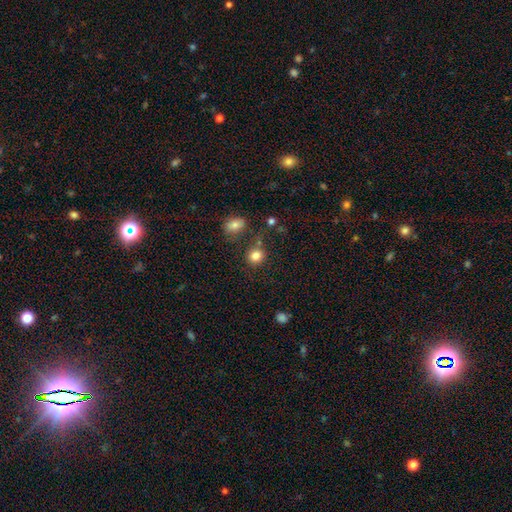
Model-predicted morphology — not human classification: type=smooth (83%); roundness=round (81%); merging=none (73%).